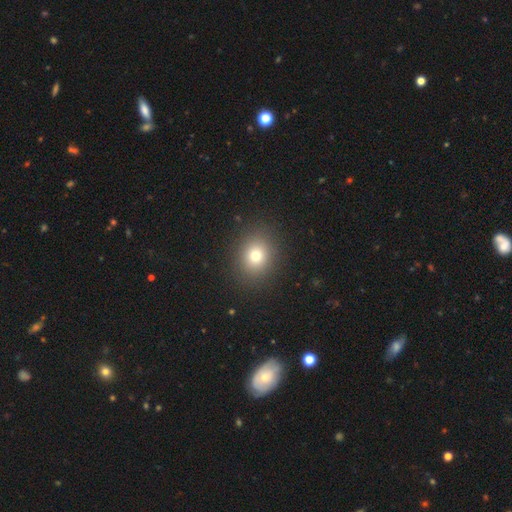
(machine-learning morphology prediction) smooth-or-featured: smooth: 75% | star or artifact: 15% | featured or disk: 10%
  how-rounded: round: 69% | in between: 30% | cigar-shaped: 1%
  merging: none: 89% | minor disturbance: 7% | major disturbance: 3% | merger: 1%